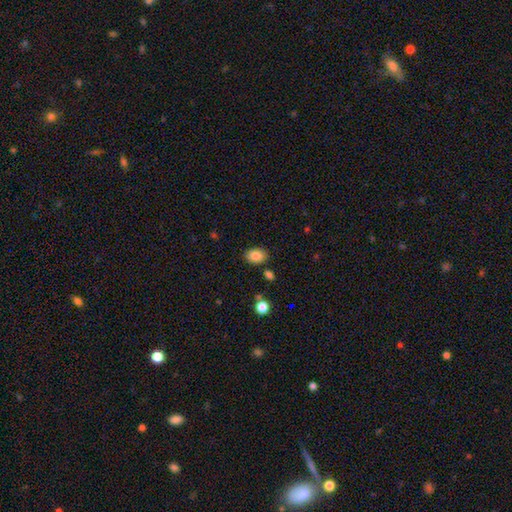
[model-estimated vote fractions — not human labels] A smooth galaxy with no disk features (85%) that is in between round and cigar-shaped (75%). Merging: none (83%).